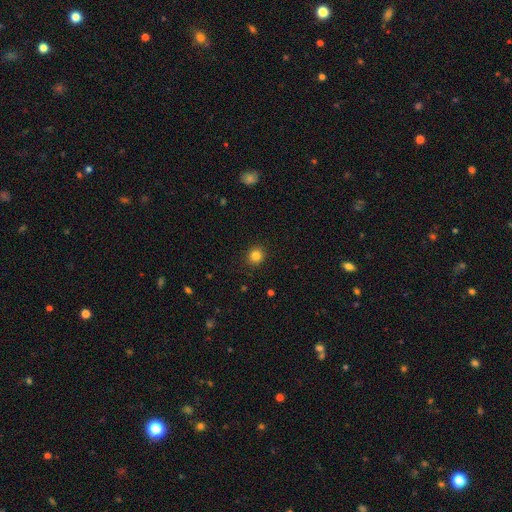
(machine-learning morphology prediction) smooth 83%, star or artifact 12%, featured or disk 5%. Down the decision tree: how rounded — round (86%); merging — none (91%).